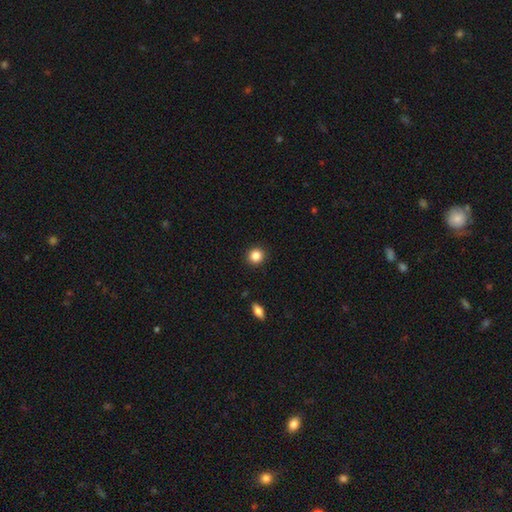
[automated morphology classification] This is clearly a smooth galaxy (85%). How rounded: clearly round (91%). Merging: clearly none (92%).